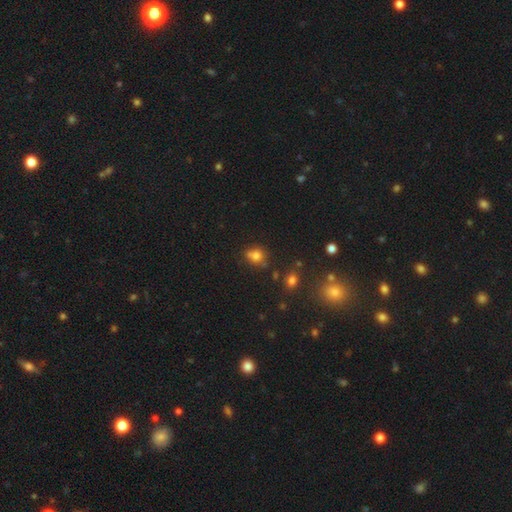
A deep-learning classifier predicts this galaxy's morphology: A smooth galaxy with no disk features (74%) that is round (66%). Merging: none (52%).